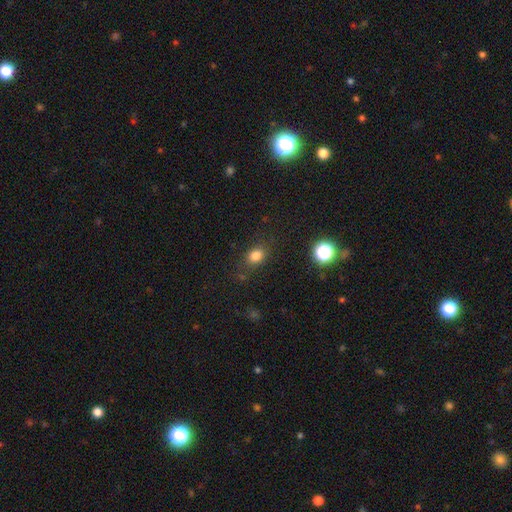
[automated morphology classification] Smooth or featured? smooth (80%)
How rounded? in between (54%)
Merging? none (80%)